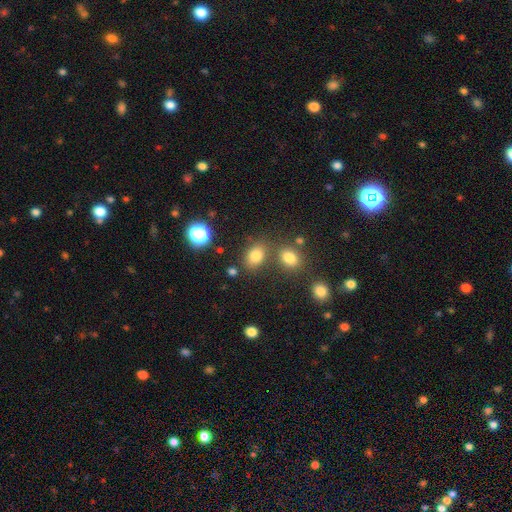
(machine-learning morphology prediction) Smooth or featured? Predicted: smooth (p=0.78). How rounded? Predicted: in between (p=0.71). Merging? Predicted: none (p=0.69).